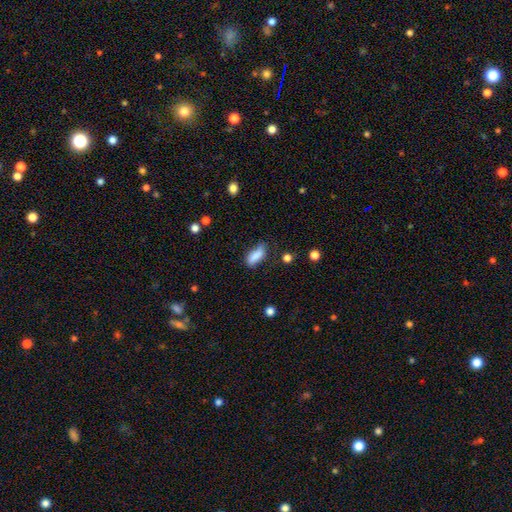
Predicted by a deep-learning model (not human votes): Morphology: type=smooth (84%); roundness=in between (77%); merging=none (62%).